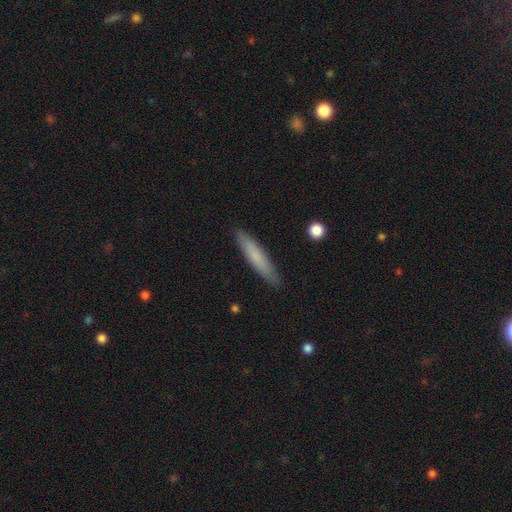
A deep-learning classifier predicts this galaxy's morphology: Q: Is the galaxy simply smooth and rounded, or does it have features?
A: smooth — 75%.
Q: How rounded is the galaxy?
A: cigar-shaped — 90%.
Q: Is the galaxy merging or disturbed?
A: none — 89%.